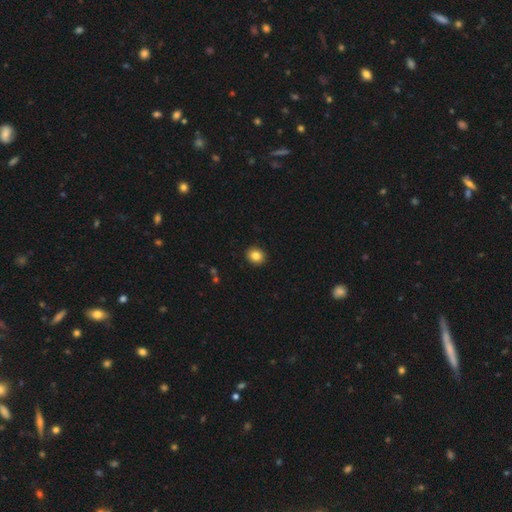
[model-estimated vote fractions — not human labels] Smooth or featured?
  - smooth: 84% *
  - star or artifact: 10%
  - featured or disk: 7%
How rounded?
  - round: 74% *
  - in between: 26%
  - cigar-shaped: 1%
Merging?
  - none: 92% *
  - minor disturbance: 5%
  - major disturbance: 2%
  - merger: 1%